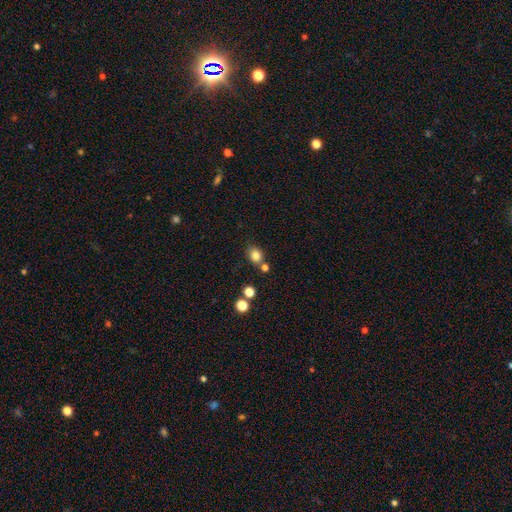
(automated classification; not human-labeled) Smooth or featured: smooth — 82% (star or artifact — 12%)
How rounded: round — 57% (in between — 42%)
Merging: none — 71% (minor disturbance — 13%)